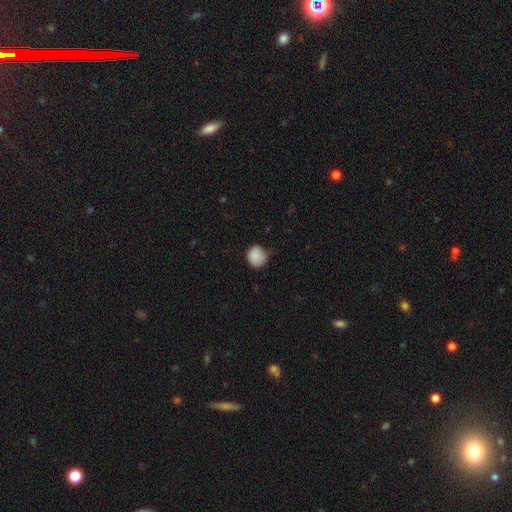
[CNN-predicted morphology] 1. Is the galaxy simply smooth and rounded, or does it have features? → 88% smooth, 8% star or artifact, 4% featured or disk.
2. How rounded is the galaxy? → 82% round, 17% in between, 1% cigar-shaped.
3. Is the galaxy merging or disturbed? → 72% none, 23% minor disturbance, 4% major disturbance, 1% merger.